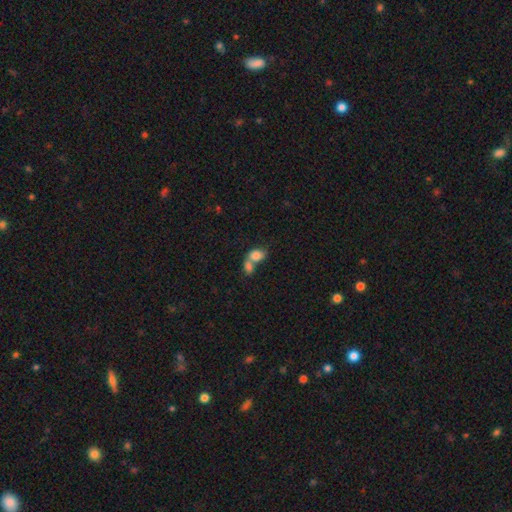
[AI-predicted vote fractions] A smooth galaxy with no disk features (78%) that is in between round and cigar-shaped (73%). Merging: merger (69%).